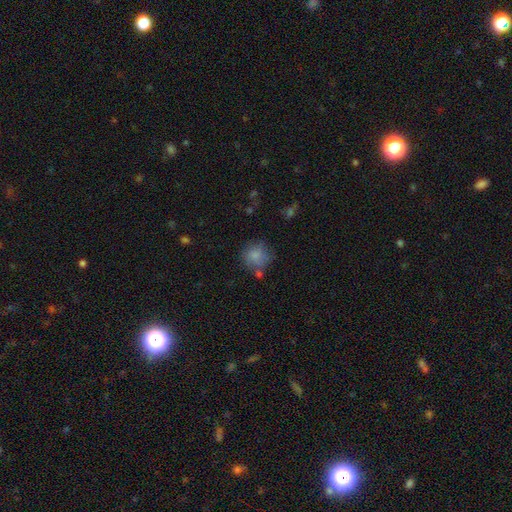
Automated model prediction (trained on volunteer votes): smooth 80%, featured or disk 11%, star or artifact 9%. Down the decision tree: how rounded — round (87%); merging — none (61%).